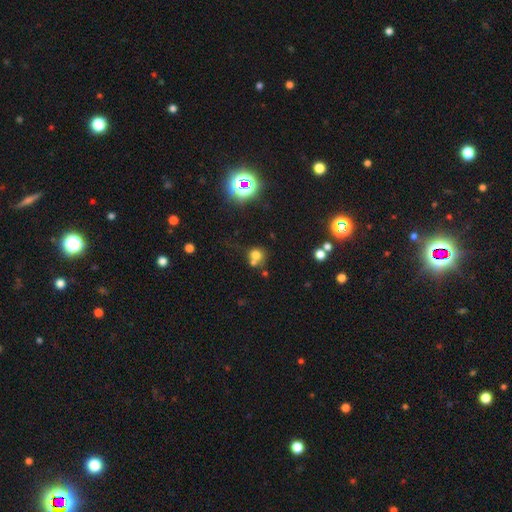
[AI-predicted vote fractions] Overall: smooth (68%). How rounded: round (84%). Merging: none (46%; merger 39%).